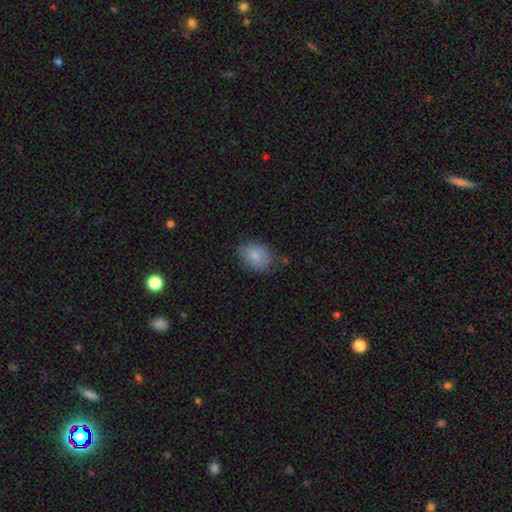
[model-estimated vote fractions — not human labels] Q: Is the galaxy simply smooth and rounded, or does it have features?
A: smooth — 79%.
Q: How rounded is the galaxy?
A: in between — 66%.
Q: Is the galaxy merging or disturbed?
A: none — 70%.